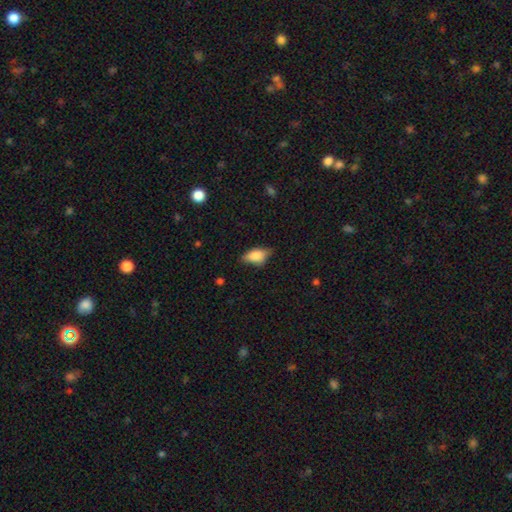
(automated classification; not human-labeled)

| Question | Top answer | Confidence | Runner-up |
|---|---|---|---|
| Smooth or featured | smooth | 75% | featured or disk (17%) |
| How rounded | in between | 86% | cigar-shaped (8%) |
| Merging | none | 66% | minor disturbance (27%) |